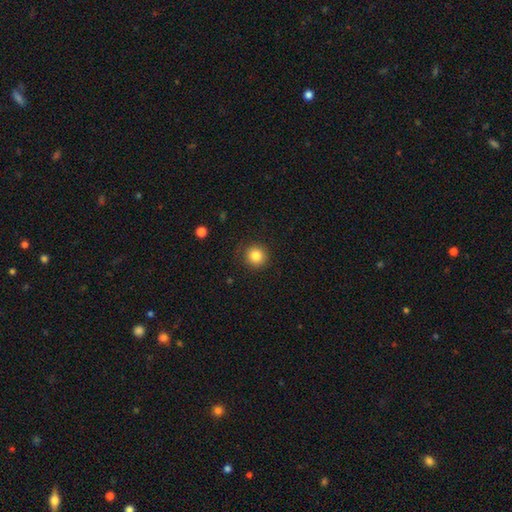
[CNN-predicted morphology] This appears to be a smooth galaxy with no disk features (83%) that is round (93%). Merging: none (85%).